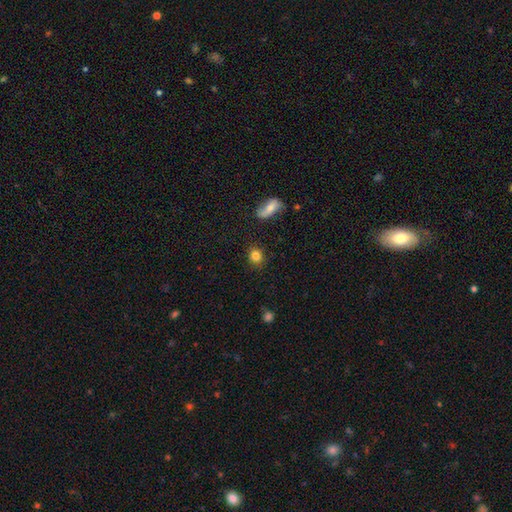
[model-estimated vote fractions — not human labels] smooth_or_featured: smooth (p=0.83) [alt: star or artifact p=0.10]
how_rounded: round (p=0.67) [alt: in between p=0.31]
merging: none (p=0.84) [alt: minor disturbance p=0.11]